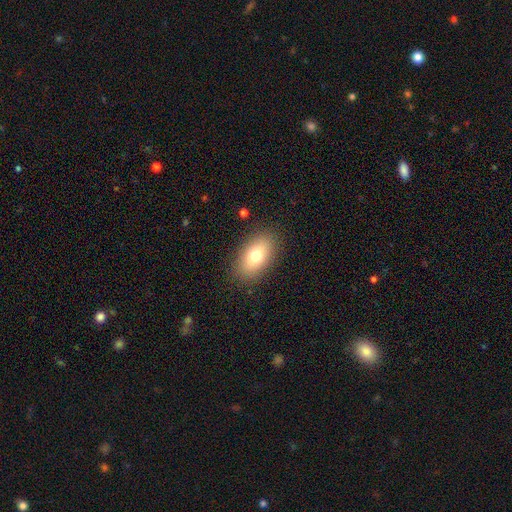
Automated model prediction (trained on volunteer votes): Smooth or featured?
  - smooth: 74% *
  - featured or disk: 16%
  - star or artifact: 9%
How rounded?
  - in between: 89% *
  - round: 8%
  - cigar-shaped: 3%
Merging?
  - none: 86% *
  - minor disturbance: 9%
  - major disturbance: 3%
  - merger: 1%